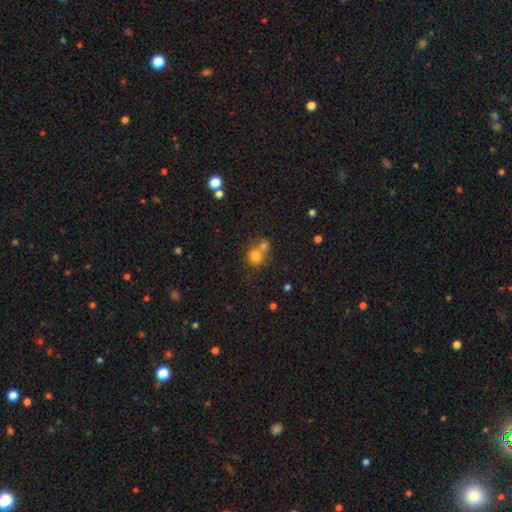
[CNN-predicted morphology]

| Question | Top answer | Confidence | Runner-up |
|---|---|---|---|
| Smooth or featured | smooth | 75% | star or artifact (13%) |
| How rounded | round | 84% | in between (15%) |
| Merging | merger | 45% | none (43%) |